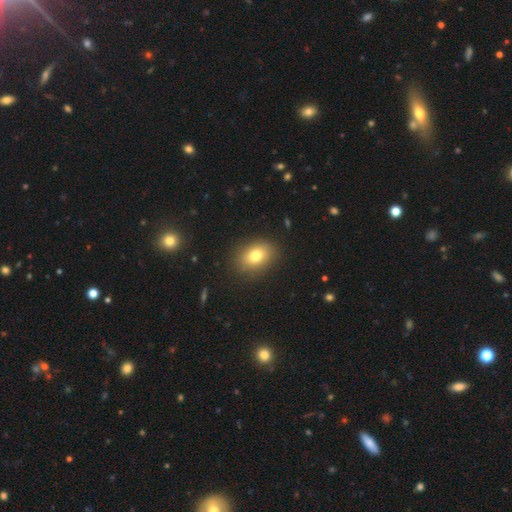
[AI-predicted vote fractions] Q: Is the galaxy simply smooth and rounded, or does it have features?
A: smooth — 78%.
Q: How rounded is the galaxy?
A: in between — 68%.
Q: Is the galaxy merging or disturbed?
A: none — 86%.